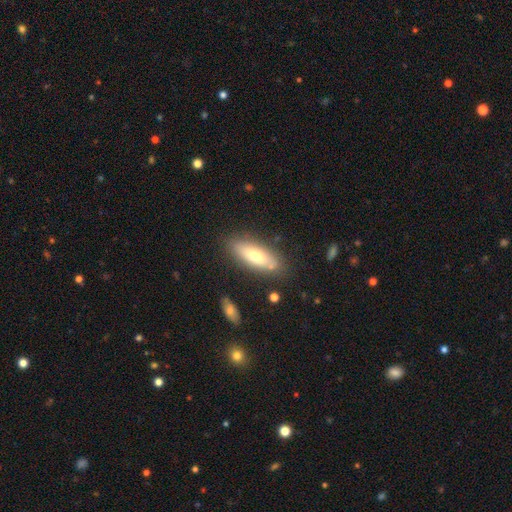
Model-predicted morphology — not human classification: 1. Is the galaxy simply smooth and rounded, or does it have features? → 63% smooth, 30% featured or disk, 7% star or artifact.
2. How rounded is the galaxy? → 65% in between, 33% cigar-shaped, 2% round.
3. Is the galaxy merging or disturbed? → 80% none, 13% minor disturbance, 4% merger, 3% major disturbance.